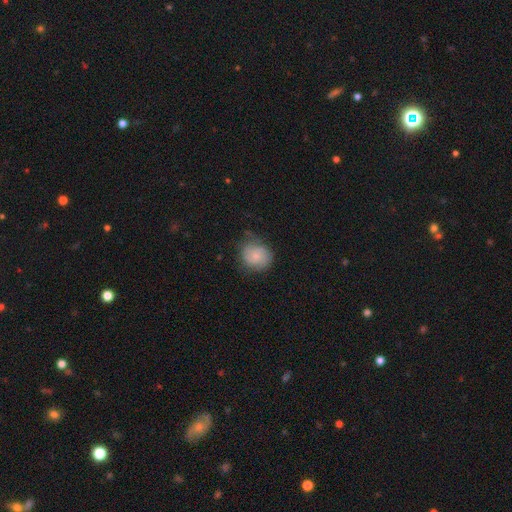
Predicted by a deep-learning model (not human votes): This appears to be a smooth galaxy with no disk features (57%) that is round (78%). Merging: none (61%).